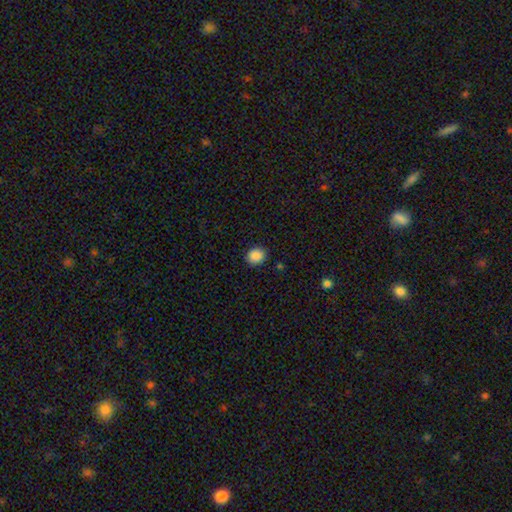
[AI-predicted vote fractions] smooth 88%, star or artifact 9%, featured or disk 3%. Down the decision tree: how rounded — round (74%); merging — none (88%).